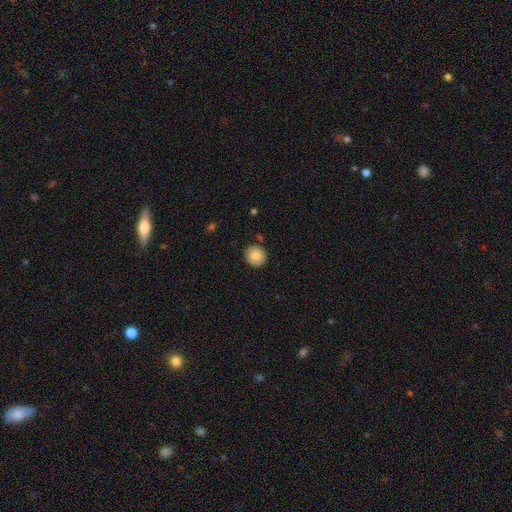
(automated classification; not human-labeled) The model was most divided on "smooth or featured": smooth: 84%, featured or disk: 8%, star or artifact: 8%. More confident: how rounded — round (92%); merging — none (89%).